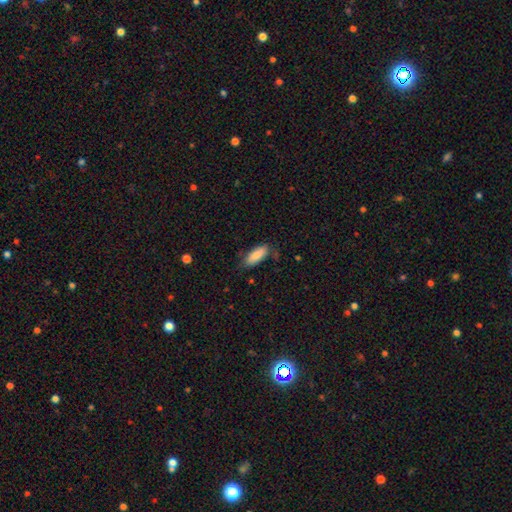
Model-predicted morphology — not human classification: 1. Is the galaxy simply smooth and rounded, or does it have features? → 84% smooth, 10% featured or disk, 6% star or artifact.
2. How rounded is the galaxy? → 75% in between, 24% cigar-shaped, 2% round.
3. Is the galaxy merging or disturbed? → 69% none, 23% minor disturbance, 5% major disturbance, 2% merger.